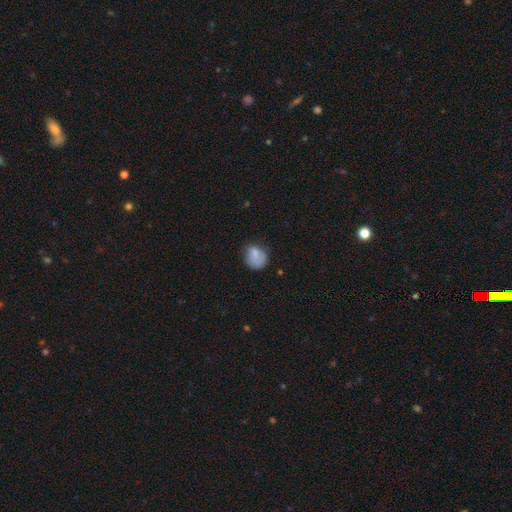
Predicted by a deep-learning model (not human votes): The model was most divided on "merging": none: 52%, minor disturbance: 29%, major disturbance: 12%, merger: 6%. More confident: smooth or featured — smooth (77%); how rounded — round (68%).